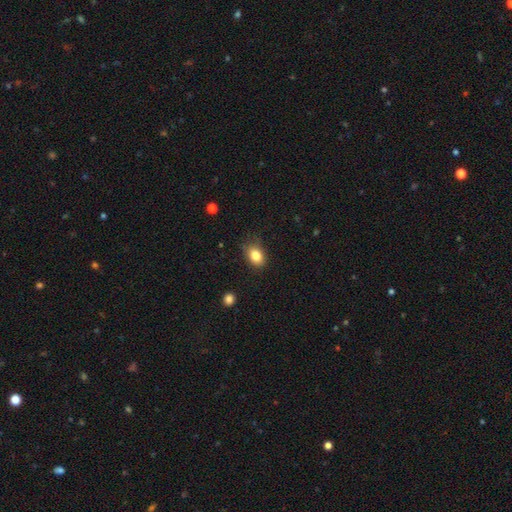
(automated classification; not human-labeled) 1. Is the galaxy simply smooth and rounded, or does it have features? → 84% smooth, 9% star or artifact, 7% featured or disk.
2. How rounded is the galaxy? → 76% in between, 23% round, 1% cigar-shaped.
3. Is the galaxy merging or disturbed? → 76% none, 19% minor disturbance, 4% major disturbance, 1% merger.